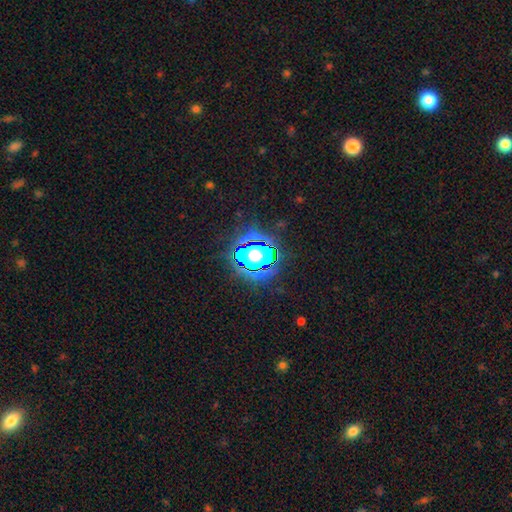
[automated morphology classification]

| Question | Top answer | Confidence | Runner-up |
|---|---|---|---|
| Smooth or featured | star or artifact | 63% | smooth (24%) |